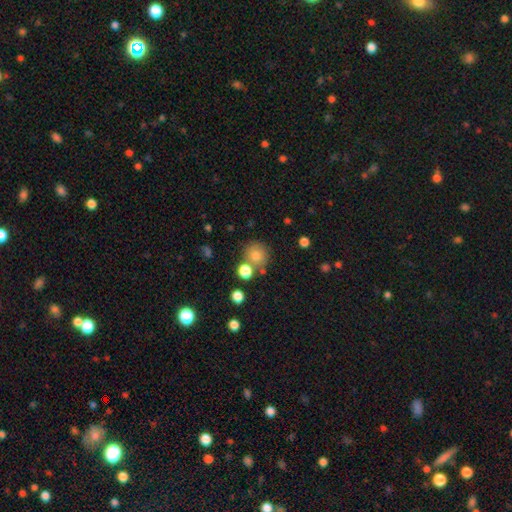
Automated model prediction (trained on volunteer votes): Morphology: type=smooth (80%); roundness=round (89%); merging=none (70%).